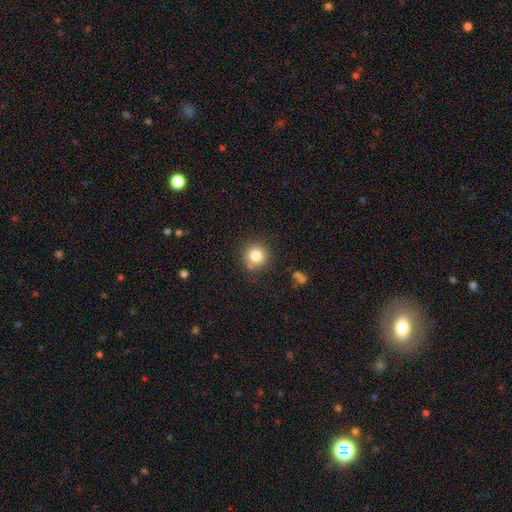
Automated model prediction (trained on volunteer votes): Smooth or featured? Predicted: smooth (p=0.82). How rounded? Predicted: round (p=0.93). Merging? Predicted: none (p=0.83).